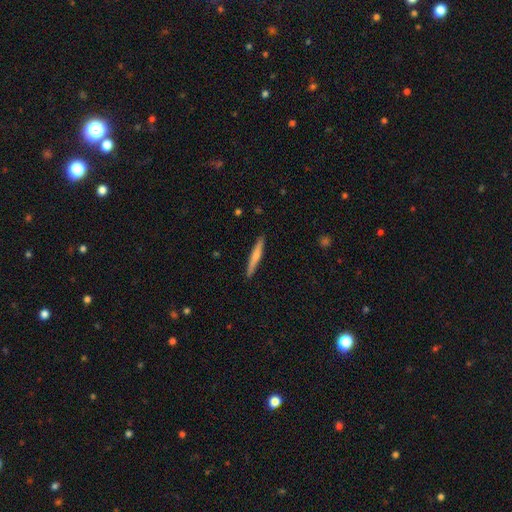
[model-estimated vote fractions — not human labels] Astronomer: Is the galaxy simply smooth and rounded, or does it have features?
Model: smooth — 61%.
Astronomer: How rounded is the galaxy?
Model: cigar-shaped — 95%.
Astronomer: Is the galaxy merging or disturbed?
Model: none — 90%.